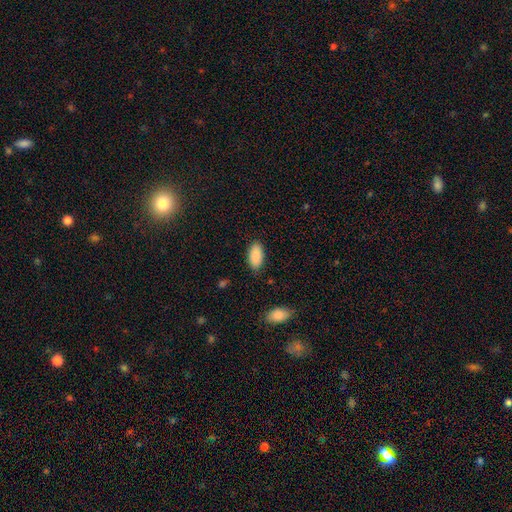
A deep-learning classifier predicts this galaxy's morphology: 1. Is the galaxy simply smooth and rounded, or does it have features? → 90% smooth, 6% star or artifact, 4% featured or disk.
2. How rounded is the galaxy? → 93% in between, 5% cigar-shaped, 2% round.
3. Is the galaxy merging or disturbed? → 86% none, 10% minor disturbance, 3% major disturbance, 1% merger.